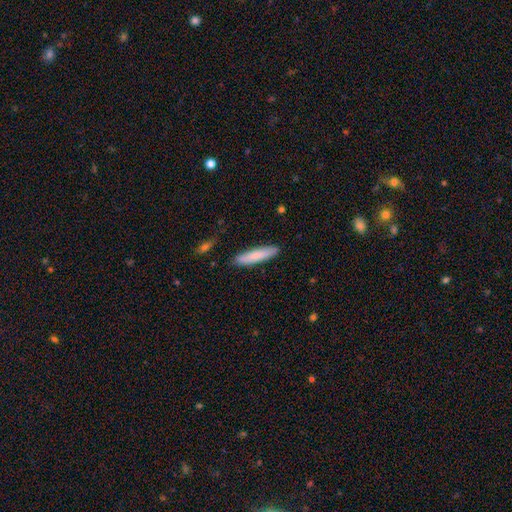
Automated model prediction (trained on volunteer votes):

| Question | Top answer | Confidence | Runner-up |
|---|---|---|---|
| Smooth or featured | smooth | 81% | featured or disk (13%) |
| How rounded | cigar-shaped | 84% | in between (15%) |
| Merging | none | 88% | minor disturbance (9%) |